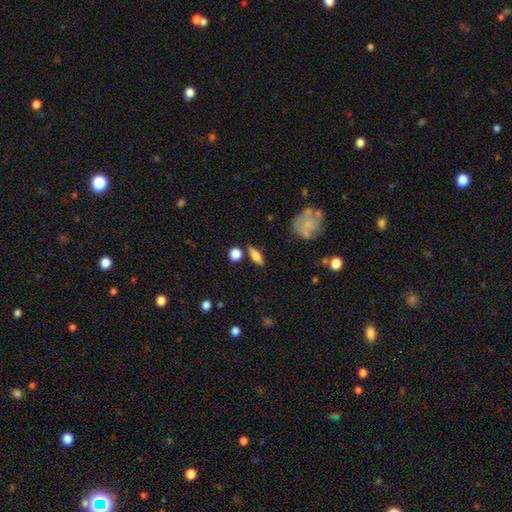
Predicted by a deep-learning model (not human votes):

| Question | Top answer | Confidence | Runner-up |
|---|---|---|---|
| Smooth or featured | smooth | 68% | featured or disk (24%) |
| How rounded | in between | 54% | cigar-shaped (38%) |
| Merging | none | 77% | minor disturbance (11%) |